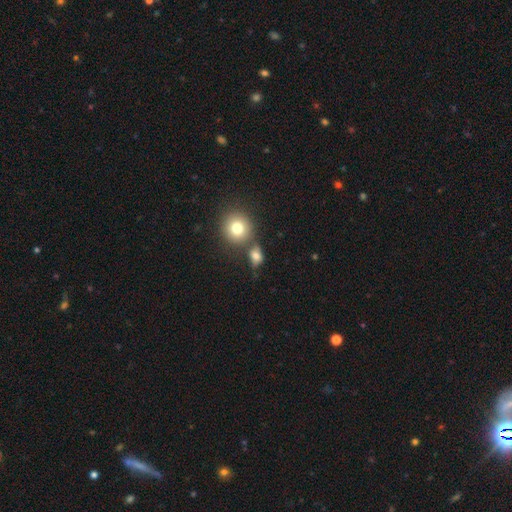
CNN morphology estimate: Overall: smooth (76%). How rounded: in between (53%; round 44%). Merging: none (52%; merger 23%).